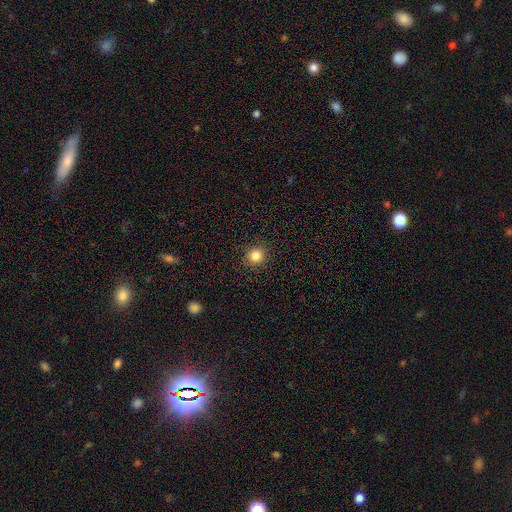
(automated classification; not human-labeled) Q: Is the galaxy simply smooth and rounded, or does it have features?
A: smooth — 83%.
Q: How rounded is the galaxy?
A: round — 91%.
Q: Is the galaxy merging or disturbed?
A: none — 92%.